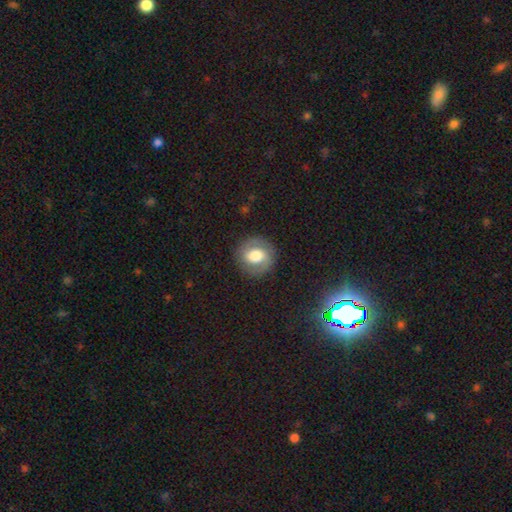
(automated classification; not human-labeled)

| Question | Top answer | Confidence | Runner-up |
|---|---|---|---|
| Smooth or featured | smooth | 47% | featured or disk (45%) |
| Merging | none | 86% | minor disturbance (9%) |